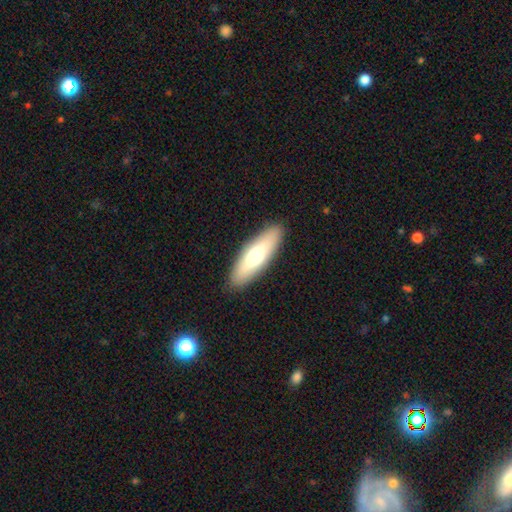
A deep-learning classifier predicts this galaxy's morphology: A smooth galaxy with no disk features (65%) that is cigar-shaped (52%). Merging: none (90%).